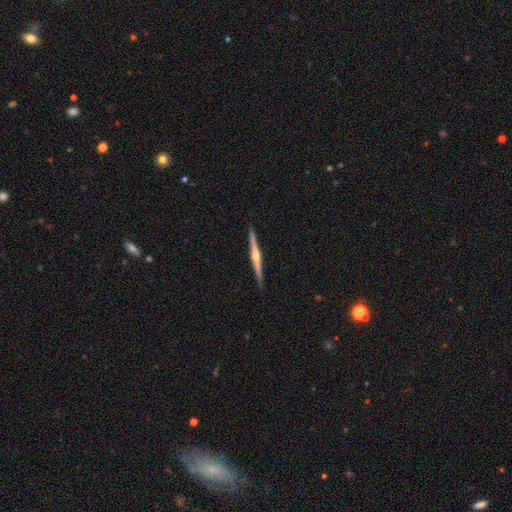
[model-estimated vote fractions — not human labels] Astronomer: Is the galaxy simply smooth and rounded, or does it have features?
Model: featured or disk — 81%.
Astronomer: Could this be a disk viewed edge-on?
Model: yes — 99%.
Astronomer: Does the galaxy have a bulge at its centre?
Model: rounded — 85%.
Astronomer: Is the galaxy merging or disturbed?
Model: none — 92%.